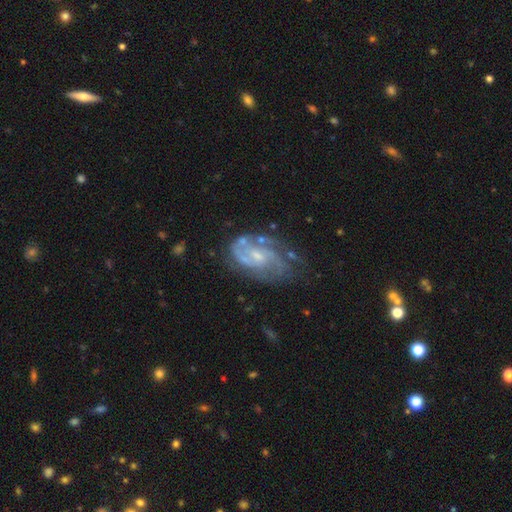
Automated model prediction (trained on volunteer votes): Smooth or featured? Predicted: featured or disk (p=0.84). Edge-on disk? Predicted: no (p=0.97). Bar? Predicted: no (p=0.51). Spiral arms? Predicted: yes (p=0.92). Spiral winding? Predicted: medium (p=0.47). Spiral arm count? Predicted: 2 (p=0.49). Bulge size? Predicted: small (p=0.57). Merging? Predicted: none (p=0.53).